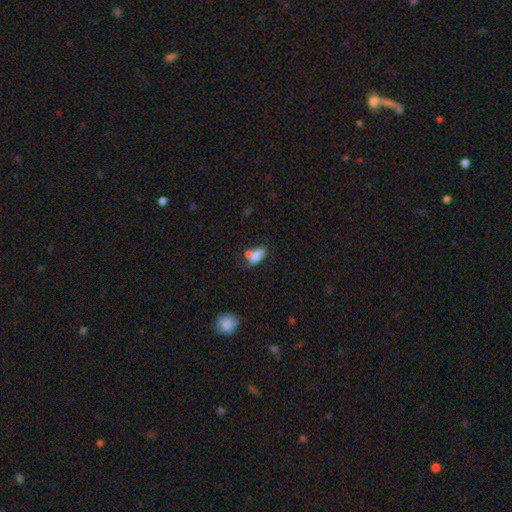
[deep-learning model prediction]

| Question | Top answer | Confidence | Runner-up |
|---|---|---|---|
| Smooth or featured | smooth | 77% | featured or disk (14%) |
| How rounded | in between | 86% | cigar-shaped (7%) |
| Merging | merger | 38% | none (36%) |